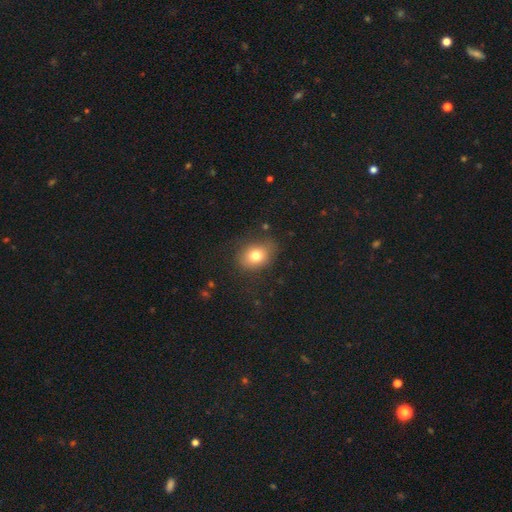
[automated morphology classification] Smooth or featured? Predicted: smooth (p=0.76). How rounded? Predicted: in between (p=0.58). Merging? Predicted: none (p=0.75).